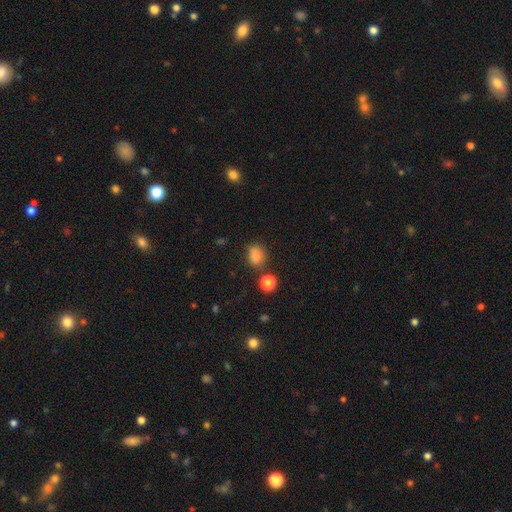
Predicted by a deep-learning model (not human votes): Q: Smooth or featured?
A: smooth (81%); runner-up: star or artifact (15%)
Q: How rounded?
A: in between (56%); runner-up: round (42%)
Q: Merging?
A: none (67%); runner-up: minor disturbance (19%)